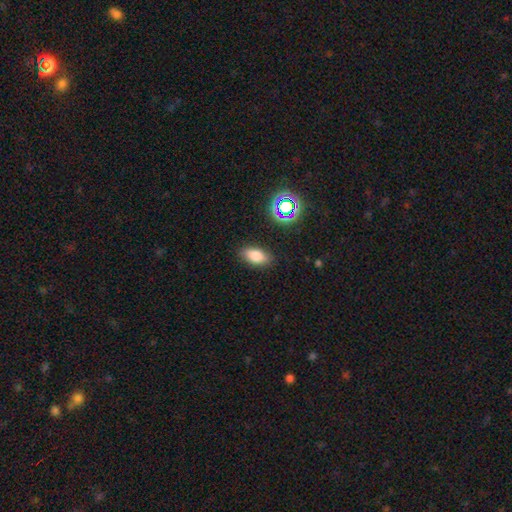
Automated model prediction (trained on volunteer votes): smooth-or-featured: smooth: 78% | star or artifact: 12% | featured or disk: 10%
  how-rounded: in between: 87% | cigar-shaped: 7% | round: 6%
  merging: none: 85% | minor disturbance: 10% | major disturbance: 3% | merger: 2%